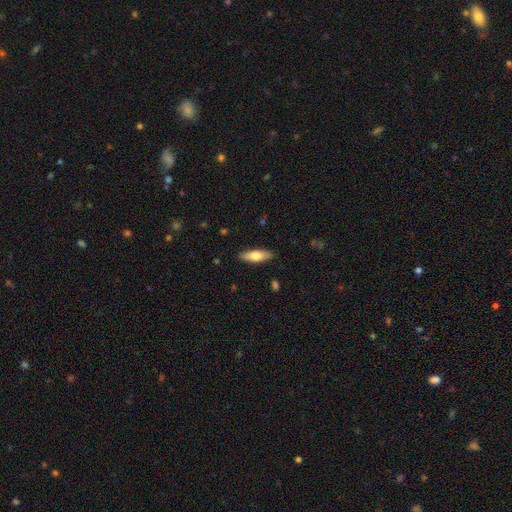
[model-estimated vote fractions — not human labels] smooth-or-featured: smooth: 68% | featured or disk: 26% | star or artifact: 6%
  how-rounded: in between: 57% | cigar-shaped: 41% | round: 2%
  merging: none: 88% | minor disturbance: 9% | major disturbance: 2% | merger: 1%